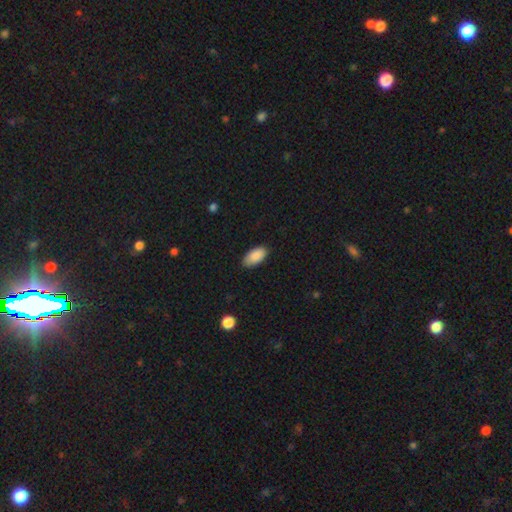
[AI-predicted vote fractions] Smooth or featured? smooth (89%)
How rounded? in between (94%)
Merging? none (83%)